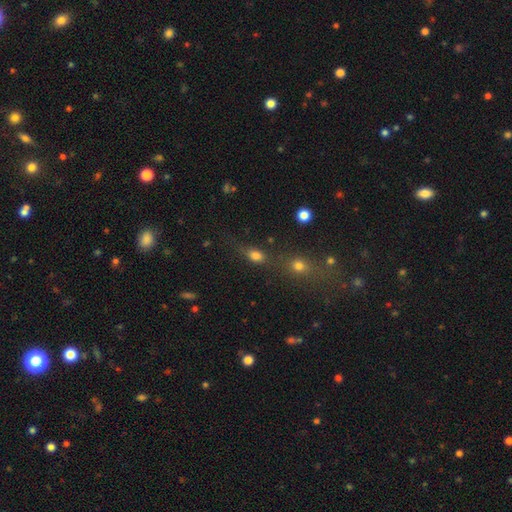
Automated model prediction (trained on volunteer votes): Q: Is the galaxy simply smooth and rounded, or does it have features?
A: smooth — 77%.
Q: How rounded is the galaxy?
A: in between — 63%.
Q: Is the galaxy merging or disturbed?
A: none — 53%.